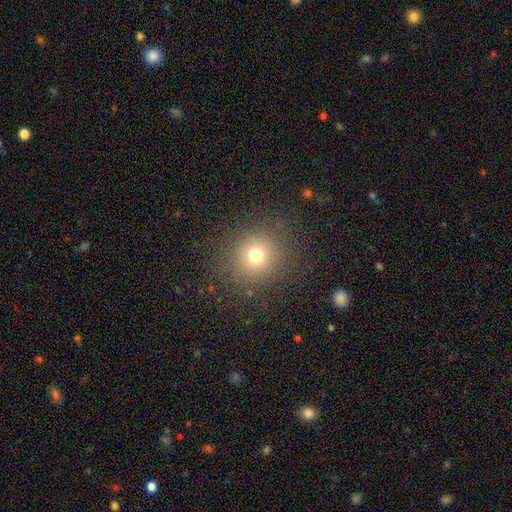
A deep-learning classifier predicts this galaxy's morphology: The model was most divided on "smooth or featured": smooth: 72%, star or artifact: 18%, featured or disk: 10%. More confident: how rounded — round (91%); merging — none (86%).